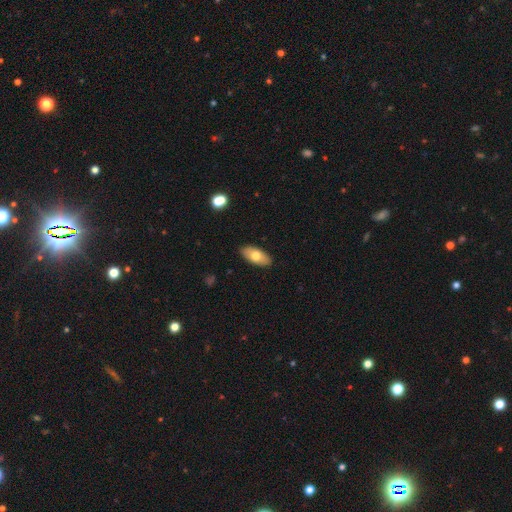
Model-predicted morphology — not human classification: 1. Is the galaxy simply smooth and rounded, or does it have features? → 70% smooth, 23% featured or disk, 6% star or artifact.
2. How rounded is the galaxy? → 89% in between, 8% cigar-shaped, 3% round.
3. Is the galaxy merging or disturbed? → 88% none, 9% minor disturbance, 2% major disturbance, 1% merger.